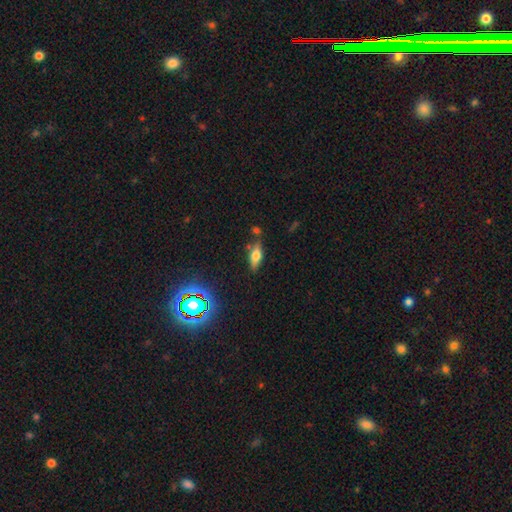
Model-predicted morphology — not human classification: smooth-or-featured: smooth: 57% | featured or disk: 32% | star or artifact: 11%
  how-rounded: in between: 68% | cigar-shaped: 28% | round: 4%
  merging: none: 74% | minor disturbance: 15% | merger: 7% | major disturbance: 4%